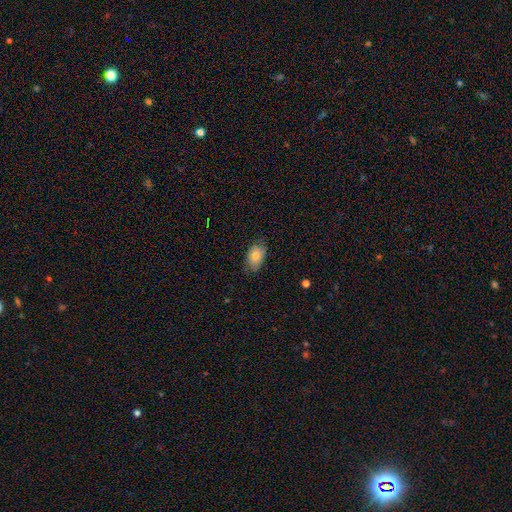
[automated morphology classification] This appears to be a smooth galaxy with no disk features (71%) that is in between round and cigar-shaped (86%). Merging: none (67%).